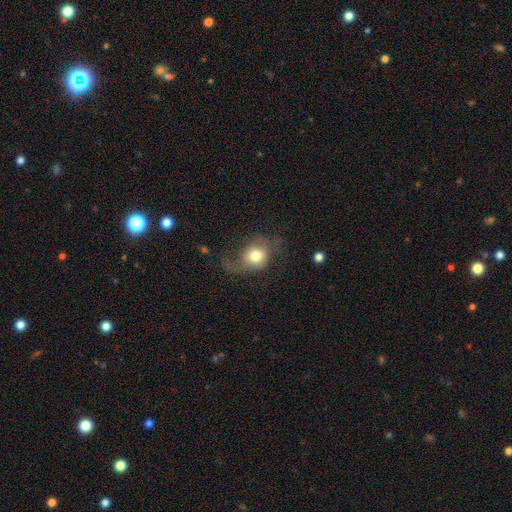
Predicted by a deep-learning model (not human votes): Morphology: type=smooth (65%); roundness=round (61%); merging=major disturbance (38%).